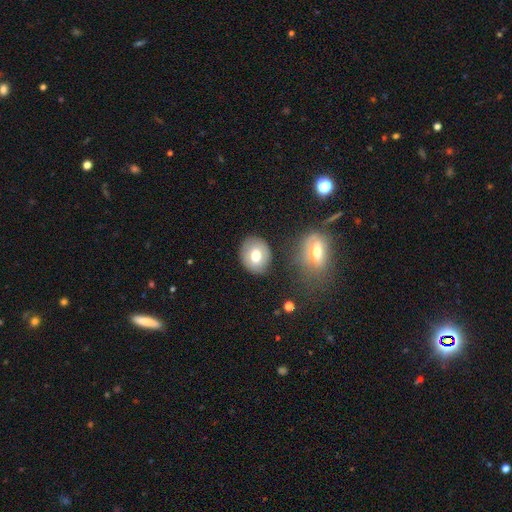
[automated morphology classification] Overall: smooth (69%). How rounded: round (60%; in between 39%). Merging: none (81%).